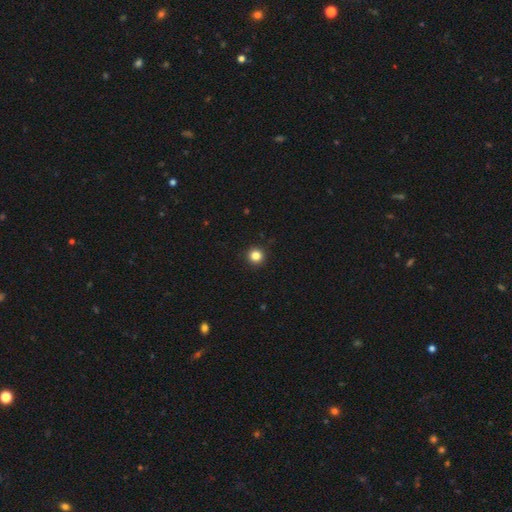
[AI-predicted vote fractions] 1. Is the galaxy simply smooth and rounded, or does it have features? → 84% smooth, 12% star or artifact, 4% featured or disk.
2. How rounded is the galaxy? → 95% round, 4% in between, 1% cigar-shaped.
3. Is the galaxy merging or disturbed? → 93% none, 4% minor disturbance, 1% major disturbance, 1% merger.